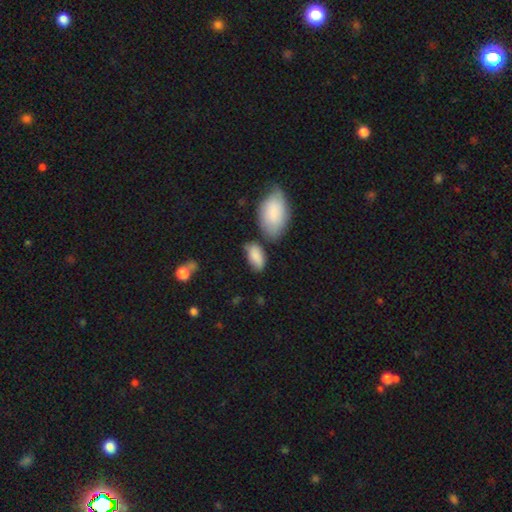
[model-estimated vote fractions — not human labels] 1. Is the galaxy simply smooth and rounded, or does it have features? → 84% smooth, 9% featured or disk, 7% star or artifact.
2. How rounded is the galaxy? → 93% in between, 4% round, 3% cigar-shaped.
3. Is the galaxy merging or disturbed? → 54% none, 24% minor disturbance, 14% merger, 8% major disturbance.